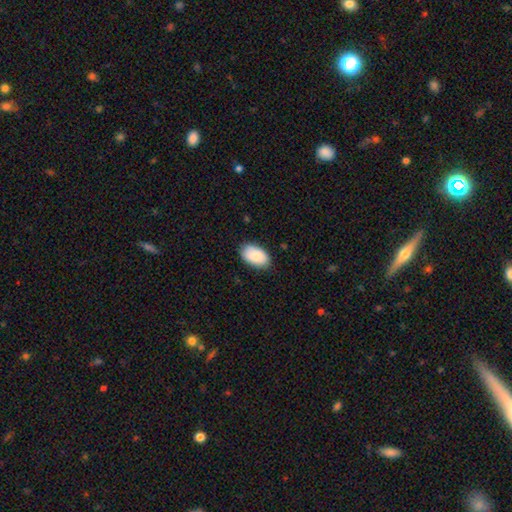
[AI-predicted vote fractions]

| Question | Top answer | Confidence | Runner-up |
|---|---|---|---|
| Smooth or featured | smooth | 87% | featured or disk (7%) |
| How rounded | in between | 94% | round (4%) |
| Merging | none | 83% | minor disturbance (14%) |